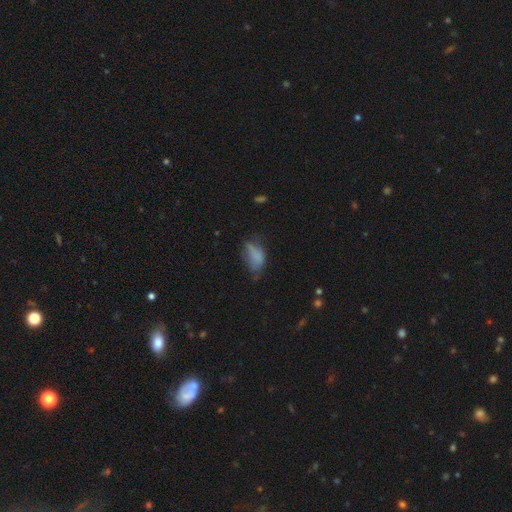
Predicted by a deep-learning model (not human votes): A smooth galaxy with no disk features (70%) that is in between round and cigar-shaped (87%). Merging: minor disturbance (37%).